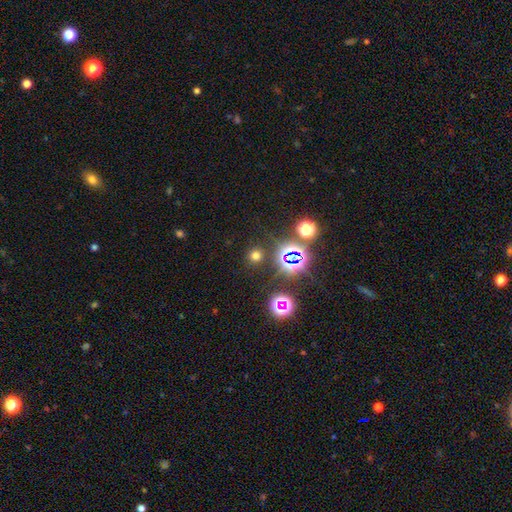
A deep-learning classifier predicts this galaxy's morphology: smooth 60%, star or artifact 33%, featured or disk 7%. Down the decision tree: how rounded — round (91%); merging — none (87%).